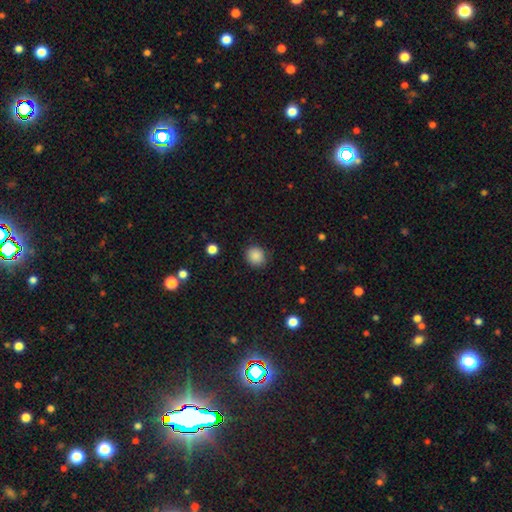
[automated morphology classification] The model was most divided on "how rounded": round: 81%, in between: 18%, cigar-shaped: 1%. More confident: smooth or featured — smooth (87%); merging — none (87%).